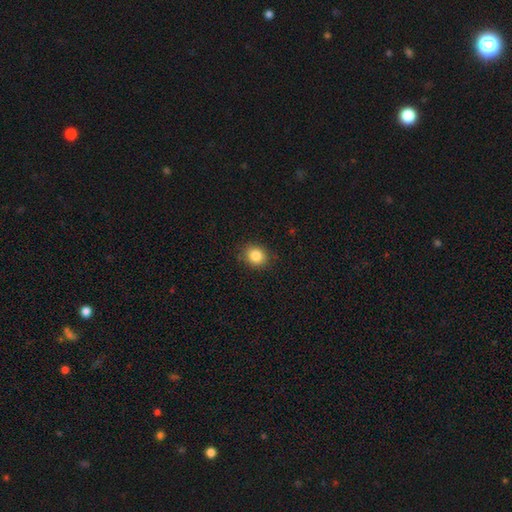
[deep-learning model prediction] Overall: smooth (85%). How rounded: round (73%). Merging: none (87%).